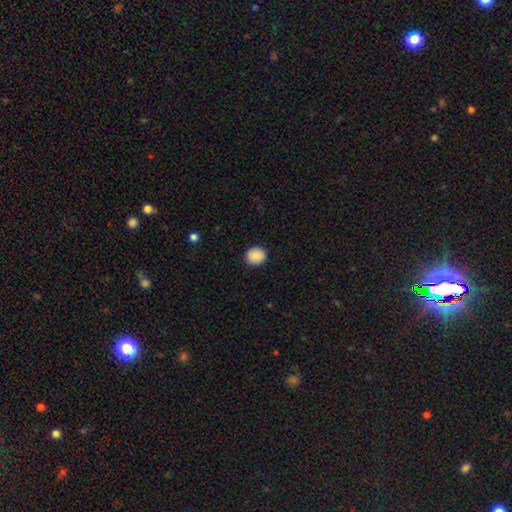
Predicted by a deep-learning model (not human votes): A smooth galaxy with no disk features (89%) that is round (84%). Merging: none (91%).